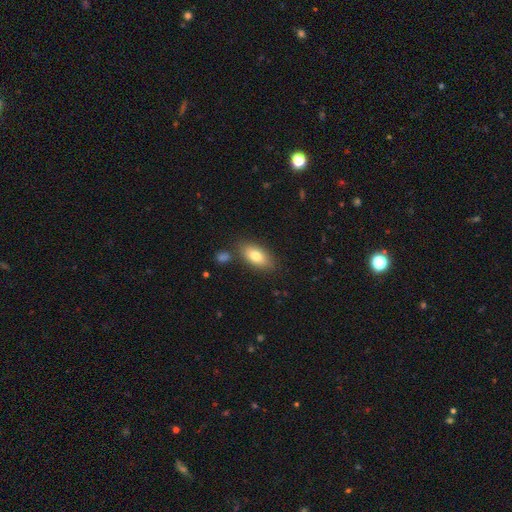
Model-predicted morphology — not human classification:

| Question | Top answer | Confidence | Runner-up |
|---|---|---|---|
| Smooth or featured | smooth | 79% | featured or disk (14%) |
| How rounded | in between | 88% | cigar-shaped (8%) |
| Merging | none | 77% | minor disturbance (13%) |